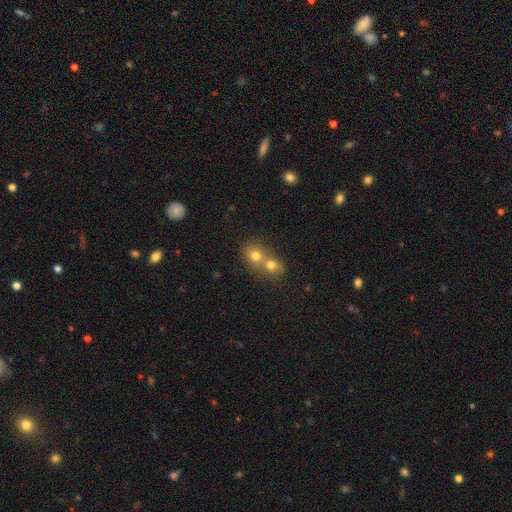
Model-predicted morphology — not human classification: smooth-or-featured: smooth: 72% | featured or disk: 15% | star or artifact: 13%
  how-rounded: round: 70% | in between: 29% | cigar-shaped: 1%
  merging: merger: 66% | none: 27% | minor disturbance: 5% | major disturbance: 2%